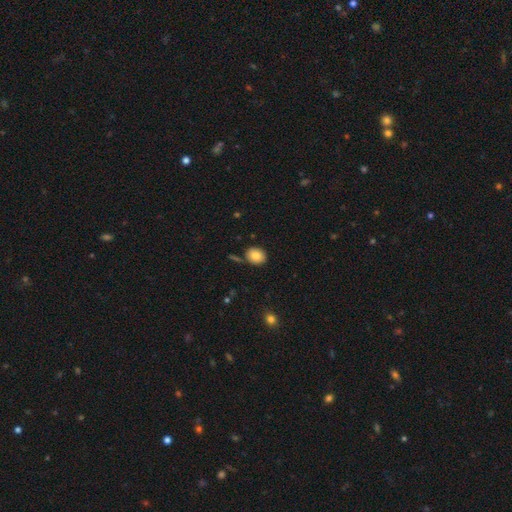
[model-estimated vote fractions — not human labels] Smooth or featured?
  - smooth: 83% *
  - star or artifact: 9%
  - featured or disk: 8%
How rounded?
  - round: 58% *
  - in between: 41%
  - cigar-shaped: 1%
Merging?
  - none: 82% *
  - minor disturbance: 11%
  - merger: 5%
  - major disturbance: 3%